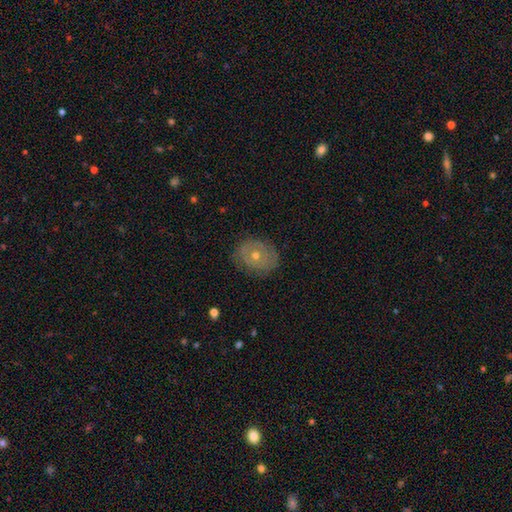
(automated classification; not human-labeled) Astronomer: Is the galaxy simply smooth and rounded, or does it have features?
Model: featured or disk — 54% (runner-up: smooth, 36%).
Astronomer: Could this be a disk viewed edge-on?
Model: no — 94%.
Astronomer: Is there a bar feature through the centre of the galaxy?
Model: no — 88%.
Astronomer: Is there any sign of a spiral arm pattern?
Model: no — 57% (runner-up: yes, 43%).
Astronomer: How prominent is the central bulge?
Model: moderate — 51% (runner-up: small, 46%).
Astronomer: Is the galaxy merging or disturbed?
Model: none — 82%.